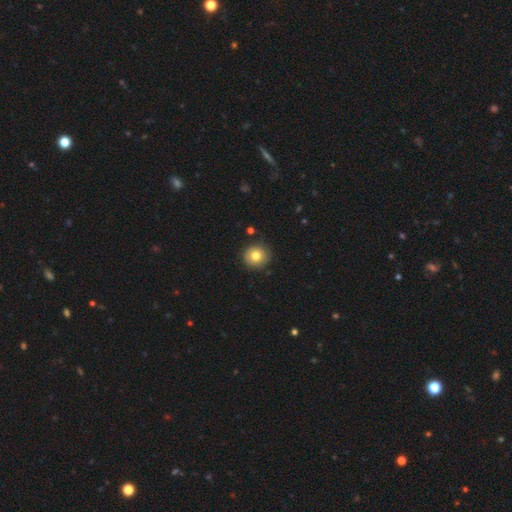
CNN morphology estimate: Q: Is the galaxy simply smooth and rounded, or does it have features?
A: smooth — 78%.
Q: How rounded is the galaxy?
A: round — 92%.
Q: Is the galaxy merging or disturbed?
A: none — 88%.